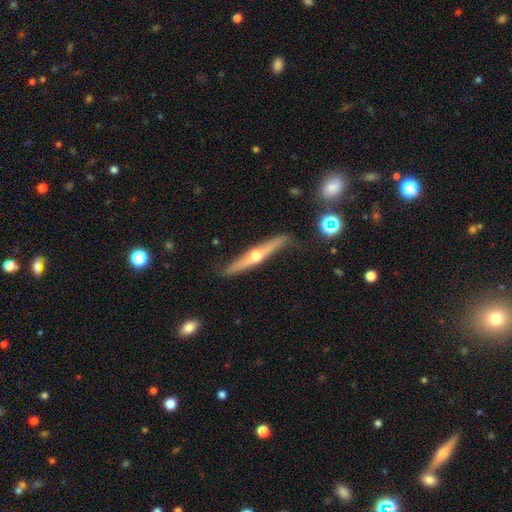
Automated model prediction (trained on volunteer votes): Smooth or featured: featured or disk — 73% (smooth — 21%)
Edge-on disk: yes — 95% (no — 5%)
Edge-on bulge: rounded — 93% (none — 5%)
Merging: none — 83% (minor disturbance — 12%)